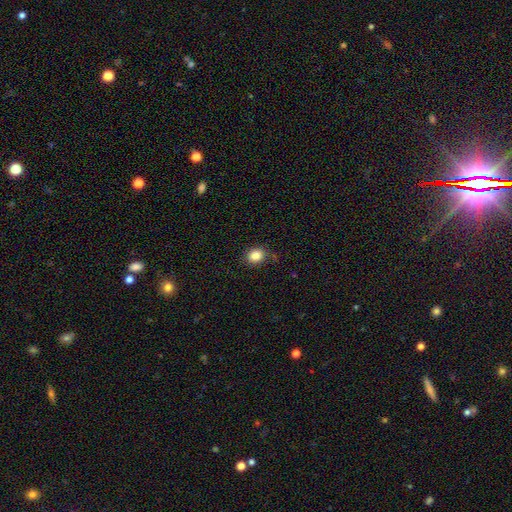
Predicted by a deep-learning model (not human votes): A smooth galaxy with no disk features (85%) that is round (53%). Merging: none (82%).